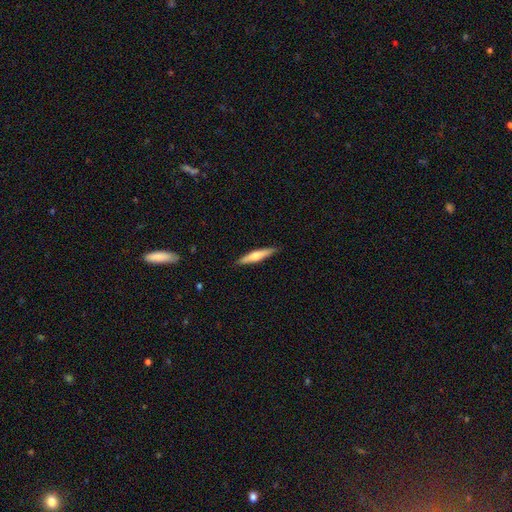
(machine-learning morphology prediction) smooth 55%, featured or disk 40%, star or artifact 5%. Down the decision tree: how rounded — cigar-shaped (87%); merging — none (90%).